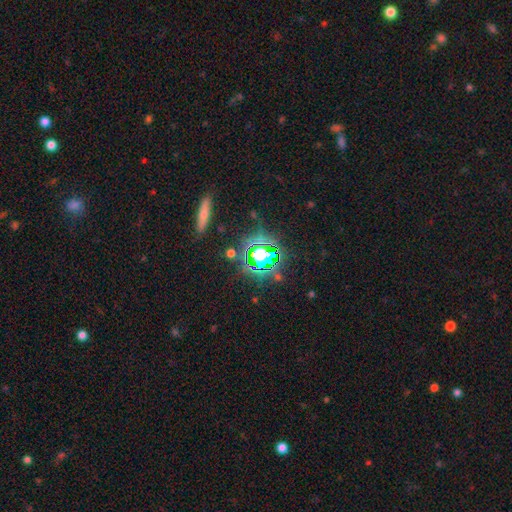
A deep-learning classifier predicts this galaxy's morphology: Smooth or featured?
  - star or artifact: 67% *
  - smooth: 22%
  - featured or disk: 11%